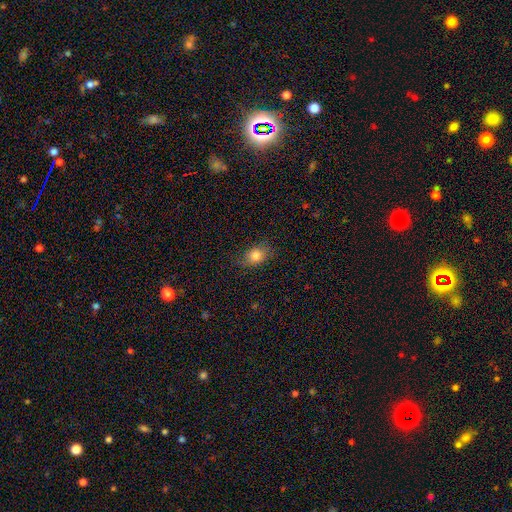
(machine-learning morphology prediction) The model was most divided on "how rounded": in between: 66%, round: 32%, cigar-shaped: 2%. More confident: smooth or featured — smooth (82%); merging — none (78%).